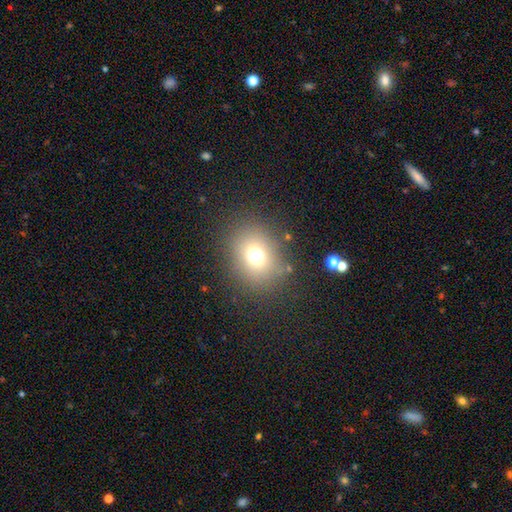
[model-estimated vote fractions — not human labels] smooth_or_featured: smooth (p=0.69) [alt: star or artifact p=0.20]
how_rounded: round (p=0.62) [alt: in between p=0.37]
merging: none (p=0.81) [alt: minor disturbance p=0.10]